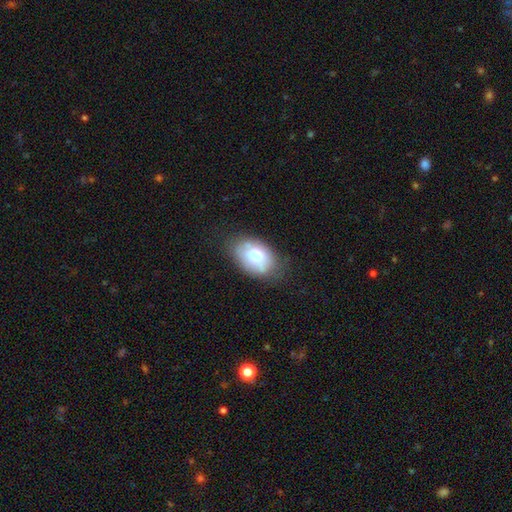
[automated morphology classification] A smooth galaxy with no disk features (64%) that is in between round and cigar-shaped (84%). Merging: none (65%).